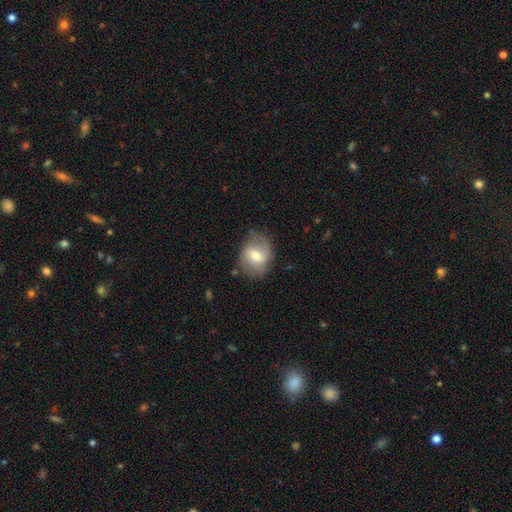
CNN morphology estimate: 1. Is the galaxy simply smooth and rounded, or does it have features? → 48% smooth, 44% featured or disk, 8% star or artifact.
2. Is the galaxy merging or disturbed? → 69% none, 22% minor disturbance, 8% major disturbance, 2% merger.